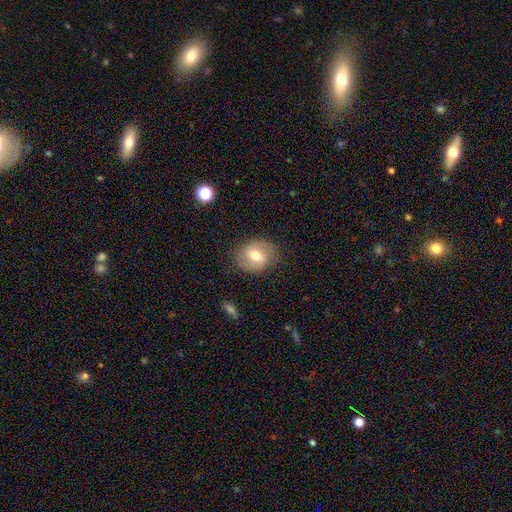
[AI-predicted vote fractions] Q: Smooth or featured?
A: smooth (58%); runner-up: featured or disk (34%)
Q: How rounded?
A: round (57%); runner-up: in between (42%)
Q: Merging?
A: none (80%); runner-up: minor disturbance (14%)